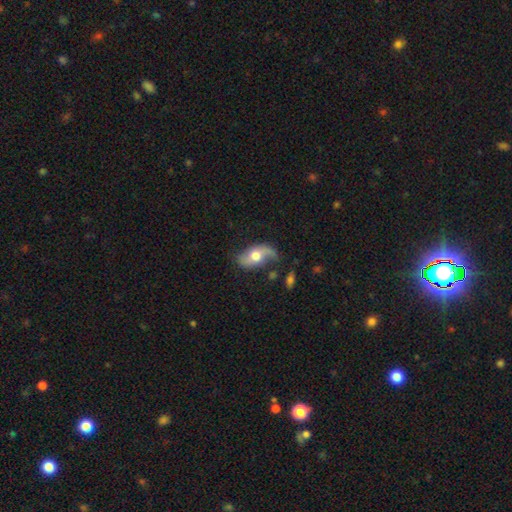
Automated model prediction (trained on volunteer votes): smooth-or-featured: featured or disk: 63% | smooth: 30% | star or artifact: 7%
  disk-edge-on: no: 91% | yes: 9%
    bar: no: 63% | weak: 28% | strong: 9%
    has-spiral-arms: yes: 84% | no: 16%
    bulge-size: moderate: 67% | large: 21% | small: 8% | dominant: 2% | none: 1%
  merging: none: 59% | minor disturbance: 25% | major disturbance: 12% | merger: 4%